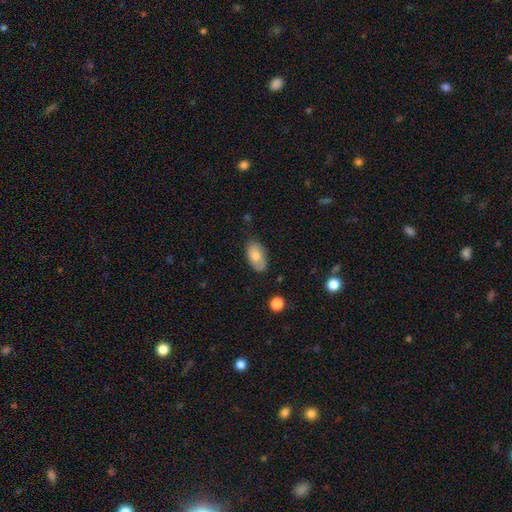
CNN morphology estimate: This appears to be a smooth galaxy with no disk features (78%) that is in between round and cigar-shaped (93%). Merging: none (72%).